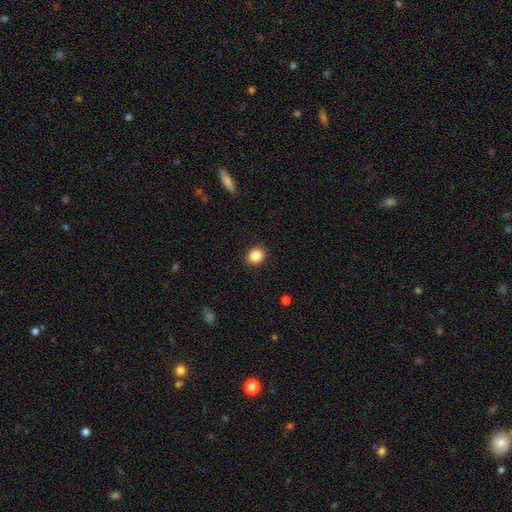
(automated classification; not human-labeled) smooth-or-featured: smooth: 87% | star or artifact: 9% | featured or disk: 4%
  how-rounded: round: 61% | in between: 38% | cigar-shaped: 1%
  merging: none: 90% | minor disturbance: 7% | major disturbance: 2% | merger: 1%